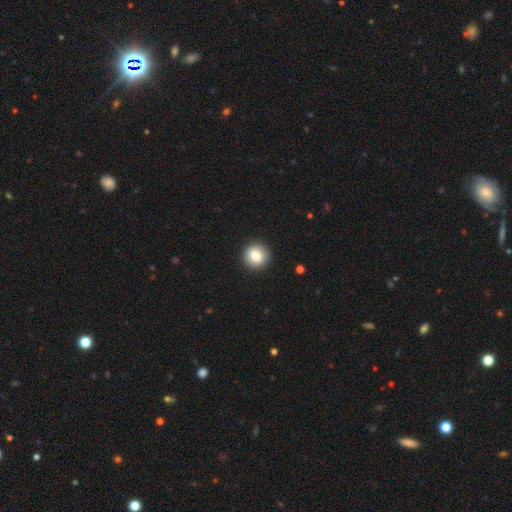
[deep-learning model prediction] Overall: smooth (83%). How rounded: round (91%). Merging: none (91%).